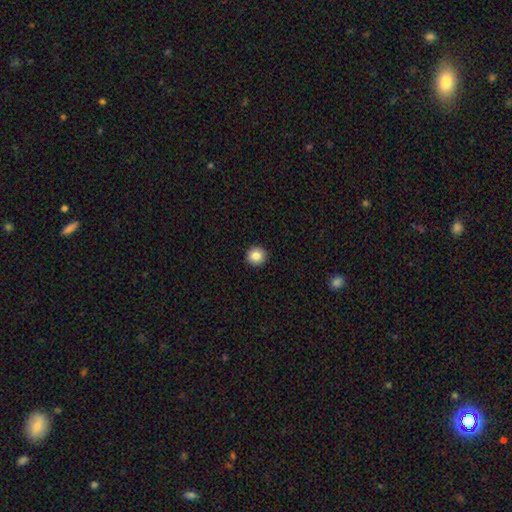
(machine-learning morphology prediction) smooth_or_featured: smooth (p=0.85) [alt: star or artifact p=0.09]
how_rounded: round (p=0.93) [alt: in between p=0.06]
merging: none (p=0.93) [alt: minor disturbance p=0.04]